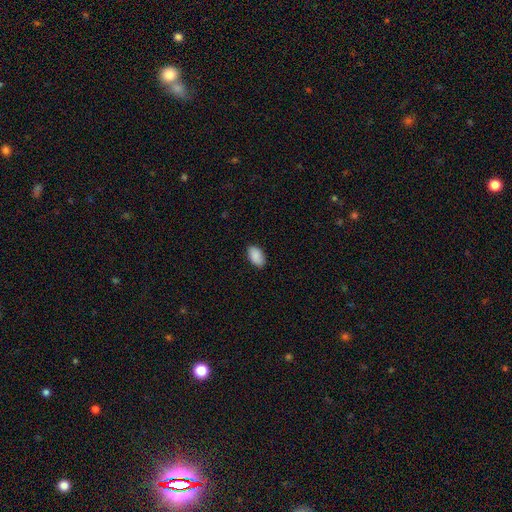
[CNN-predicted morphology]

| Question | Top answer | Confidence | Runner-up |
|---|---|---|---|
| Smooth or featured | smooth | 90% | star or artifact (7%) |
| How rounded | in between | 94% | round (5%) |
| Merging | none | 86% | minor disturbance (11%) |